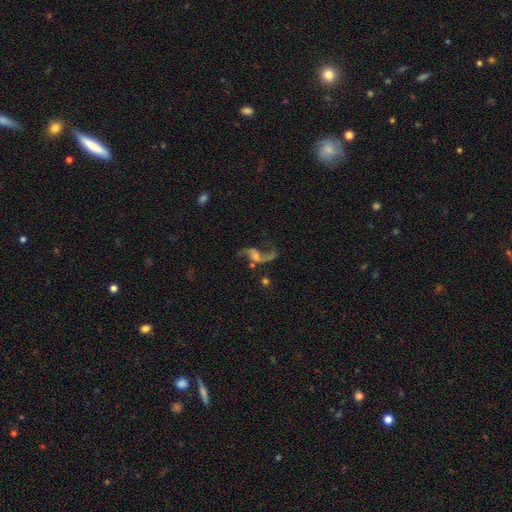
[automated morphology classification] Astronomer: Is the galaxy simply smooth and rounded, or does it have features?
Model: featured or disk — 79%.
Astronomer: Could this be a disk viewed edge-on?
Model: no — 96%.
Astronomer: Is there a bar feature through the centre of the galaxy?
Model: no — 49% (runner-up: weak, 37%).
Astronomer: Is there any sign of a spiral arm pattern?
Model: yes — 91%.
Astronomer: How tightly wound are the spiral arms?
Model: loose — 90%.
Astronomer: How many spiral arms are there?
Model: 2 — 85%.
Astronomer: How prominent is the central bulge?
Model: none — 37%, tied with small at 37%.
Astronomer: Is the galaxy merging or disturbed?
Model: none — 53%.